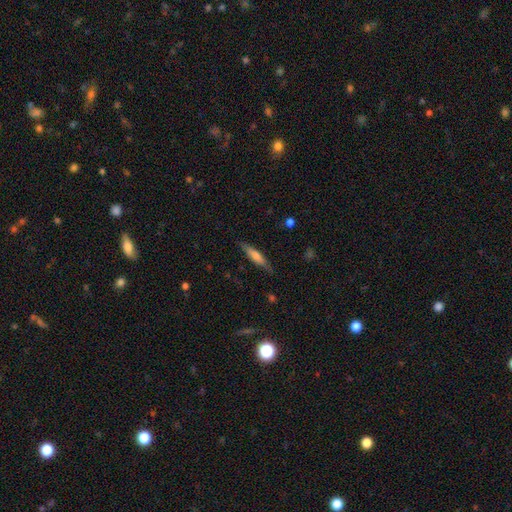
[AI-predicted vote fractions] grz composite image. It shows a smooth galaxy with no disk features (52%) that is cigar-shaped (86%). Merging: none (84%).